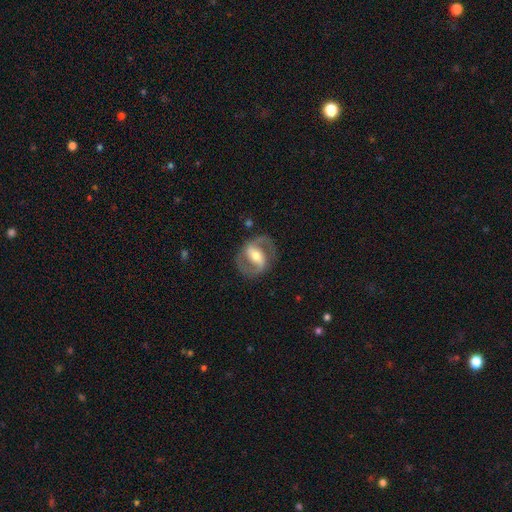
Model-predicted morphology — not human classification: type=featured or disk (86%); edge-on=no (97%); bar=strong (51%); spiral arms=yes (93%); winding=medium (57%); arm count=2 (91%); bulge=moderate (60%); merging=none (82%).